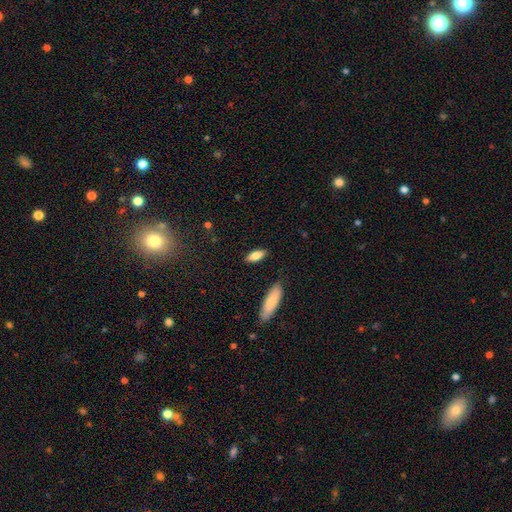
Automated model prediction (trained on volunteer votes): smooth-or-featured: smooth: 81% | featured or disk: 12% | star or artifact: 7%
  how-rounded: in between: 70% | cigar-shaped: 27% | round: 2%
  merging: none: 86% | minor disturbance: 10% | major disturbance: 2% | merger: 2%